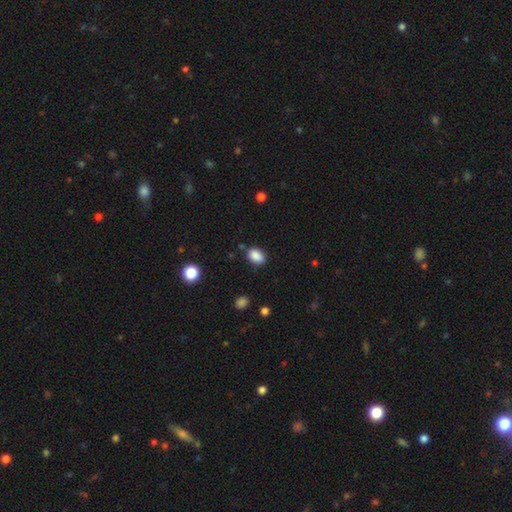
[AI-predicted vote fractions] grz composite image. It shows a smooth galaxy with no disk features (88%) that is in between round and cigar-shaped (82%). Merging: none (82%).